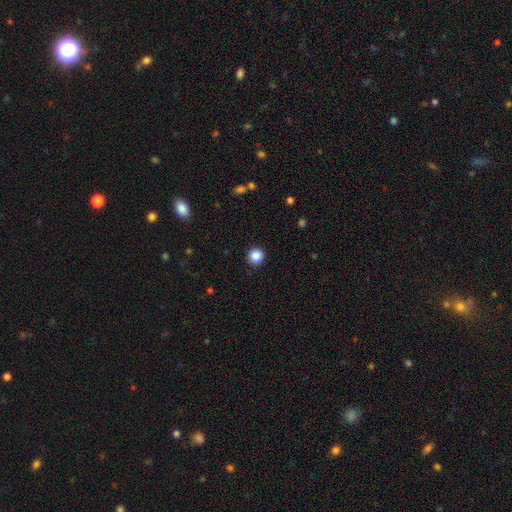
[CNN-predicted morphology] smooth_or_featured: smooth (p=0.87) [alt: star or artifact p=0.10]
how_rounded: round (p=0.94) [alt: in between p=0.05]
merging: none (p=0.92) [alt: minor disturbance p=0.05]